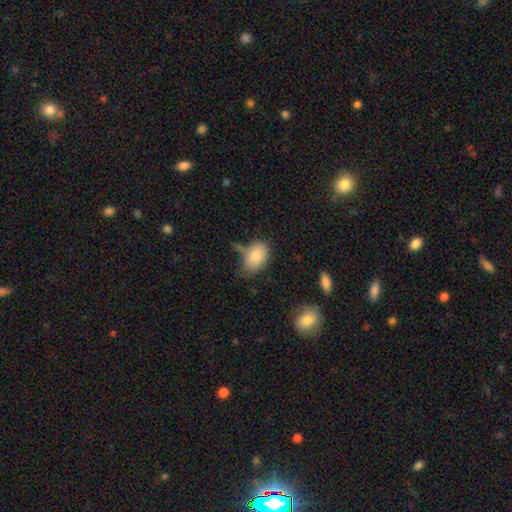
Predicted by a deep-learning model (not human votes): The model was most divided on "merging": none: 49%, minor disturbance: 29%, major disturbance: 12%, merger: 10%. More confident: how rounded — in between (85%); smooth or featured — smooth (83%).